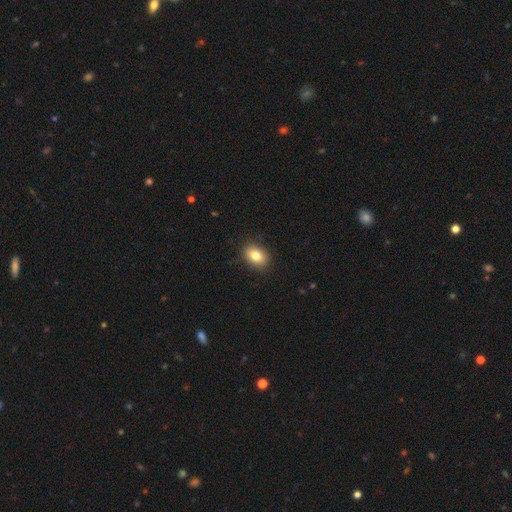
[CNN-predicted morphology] A smooth galaxy with no disk features (82%) that is in between round and cigar-shaped (73%). Merging: none (88%).